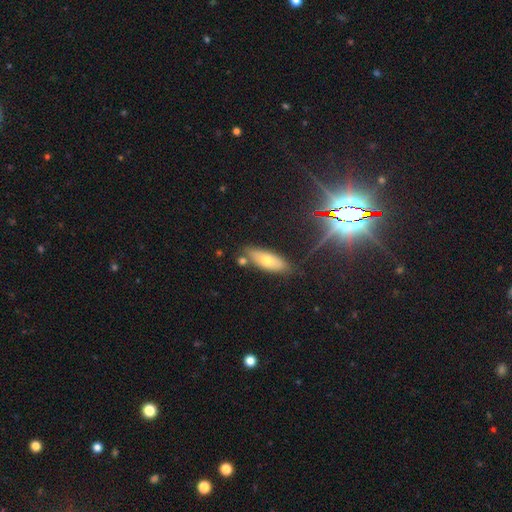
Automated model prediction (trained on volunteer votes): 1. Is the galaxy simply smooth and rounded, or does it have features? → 62% smooth, 23% featured or disk, 15% star or artifact.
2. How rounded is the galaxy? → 72% in between, 25% cigar-shaped, 3% round.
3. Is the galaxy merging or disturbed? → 75% none, 15% minor disturbance, 7% merger, 3% major disturbance.